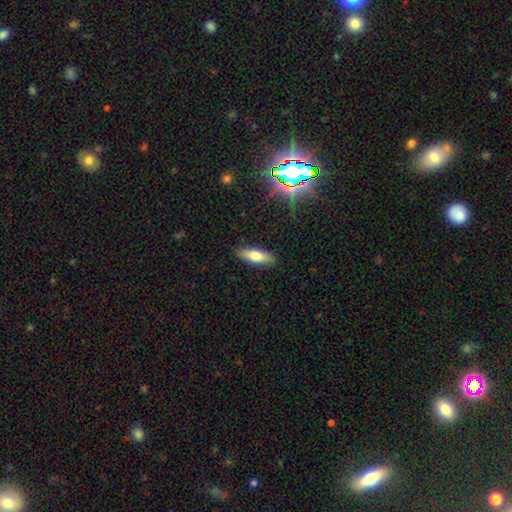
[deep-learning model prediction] smooth 71%, featured or disk 21%, star or artifact 8%. Down the decision tree: how rounded — in between (54%); merging — none (88%).